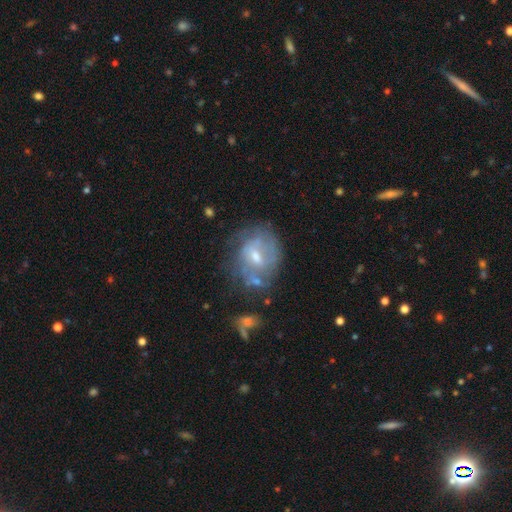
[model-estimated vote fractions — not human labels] Smooth or featured: featured or disk — 65% (smooth — 26%)
Edge-on disk: no — 96% (yes — 4%)
Bar: weak — 53% (no — 34%)
Spiral arms: yes — 66% (no — 34%)
Bulge size: moderate — 53% (small — 40%)
Merging: none — 54% (minor disturbance — 24%)